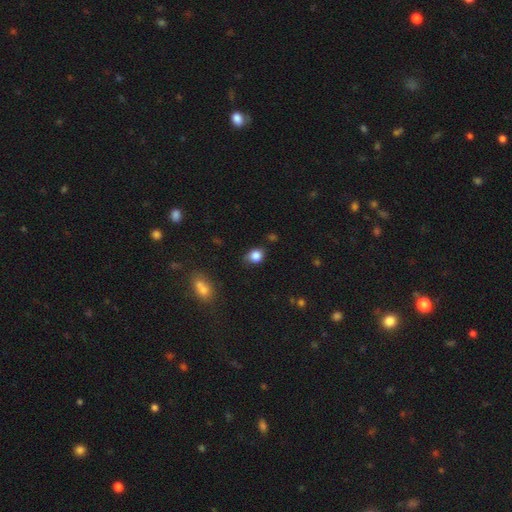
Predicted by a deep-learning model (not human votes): Smooth or featured? smooth (84%)
How rounded? round (51%)
Merging? none (67%)